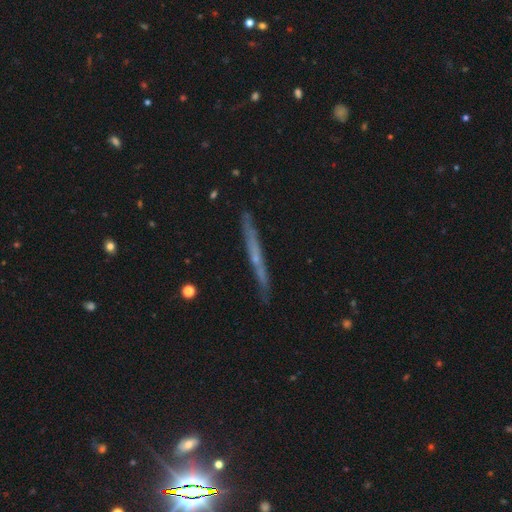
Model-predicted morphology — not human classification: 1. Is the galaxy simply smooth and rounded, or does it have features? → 60% featured or disk, 32% smooth, 8% star or artifact.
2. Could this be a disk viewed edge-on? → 94% yes, 6% no.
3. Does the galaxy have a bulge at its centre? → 73% none, 23% rounded, 4% boxy.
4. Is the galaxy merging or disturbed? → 86% none, 11% minor disturbance, 2% major disturbance, 2% merger.